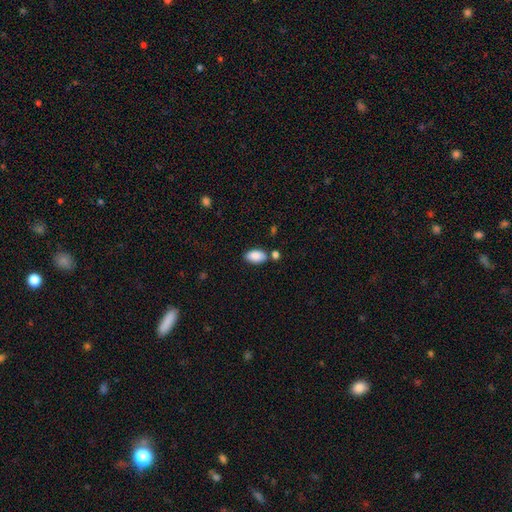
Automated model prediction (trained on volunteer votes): Smooth or featured? Predicted: smooth (p=0.87). How rounded? Predicted: in between (p=0.94). Merging? Predicted: none (p=0.75).